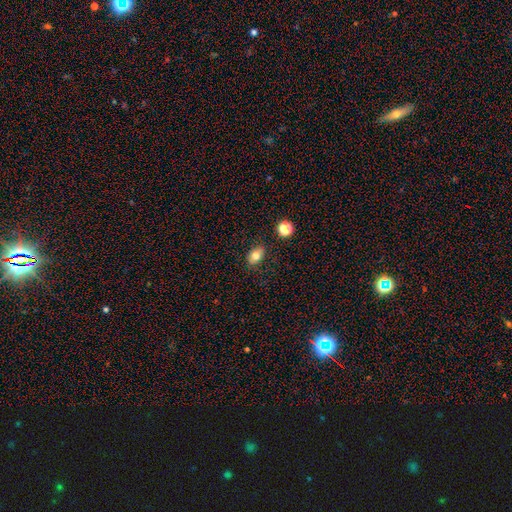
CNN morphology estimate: Smooth or featured? smooth (78%)
How rounded? in between (79%)
Merging? none (85%)